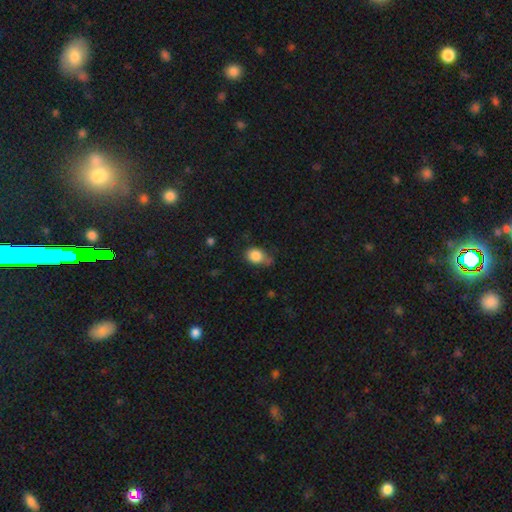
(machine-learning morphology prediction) A smooth galaxy with no disk features (84%) that is in between round and cigar-shaped (51%). Merging: none (50%).